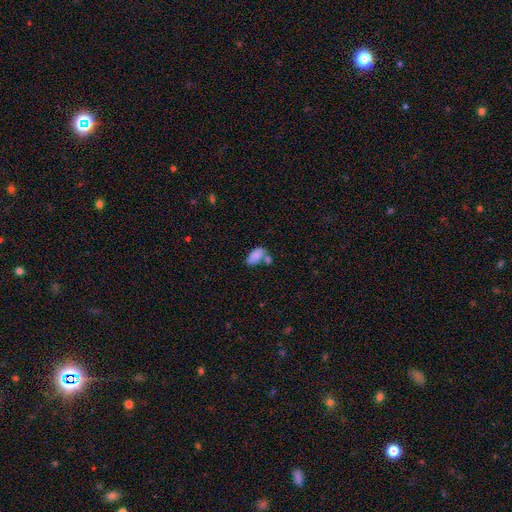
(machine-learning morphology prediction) Smooth or featured? Predicted: smooth (p=0.82). How rounded? Predicted: in between (p=0.93). Merging? Predicted: none (p=0.41).